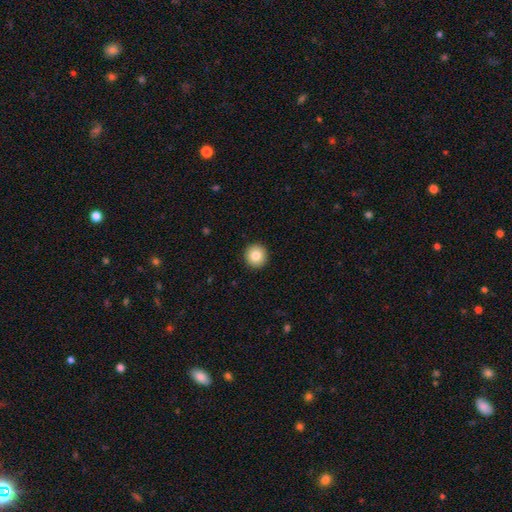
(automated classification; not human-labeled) Q: Smooth or featured?
A: smooth (83%); runner-up: star or artifact (9%)
Q: How rounded?
A: round (95%); runner-up: in between (4%)
Q: Merging?
A: none (93%); runner-up: minor disturbance (4%)